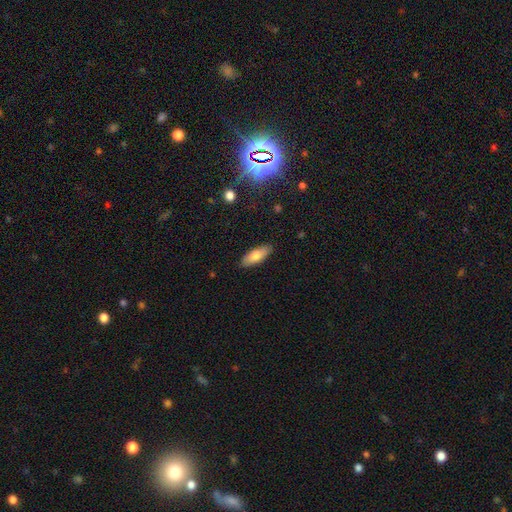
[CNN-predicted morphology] Smooth or featured? Predicted: smooth (p=0.75). How rounded? Predicted: in between (p=0.69). Merging? Predicted: none (p=0.88).